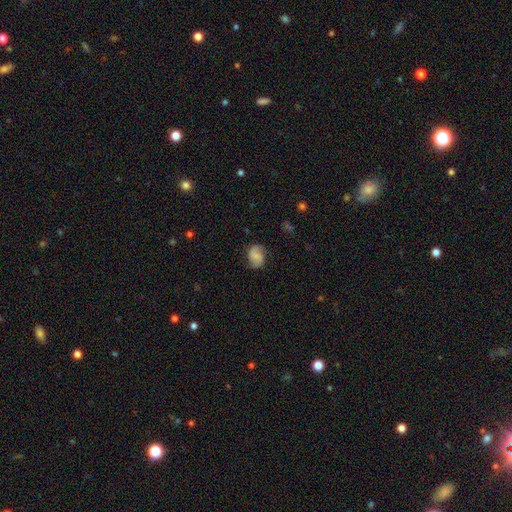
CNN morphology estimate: smooth-or-featured: featured or disk: 57% | smooth: 34% | star or artifact: 9%
  disk-edge-on: no: 98% | yes: 2%
    bar: no: 47% | weak: 41% | strong: 12%
    has-spiral-arms: yes: 93% | no: 7%
      spiral-winding: medium: 42% | loose: 40% | tight: 17%
      spiral-arm-count: 2: 89% | can't tell: 4% | 1: 4% | 3: 1% | 4: 1% | more than 4: 1%
    bulge-size: none: 53% | small: 26% | moderate: 15% | large: 4% | dominant: 2%
  merging: none: 76% | minor disturbance: 16% | major disturbance: 6% | merger: 1%